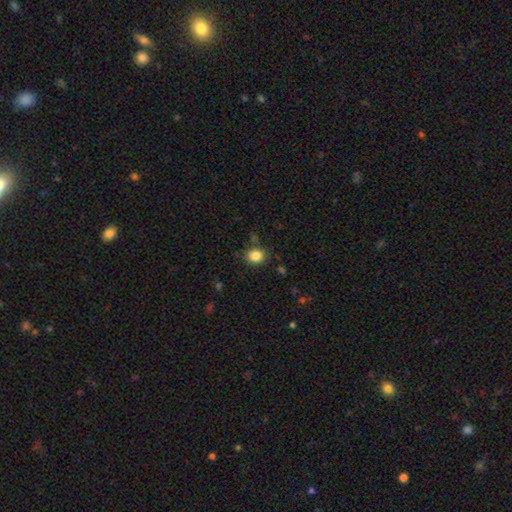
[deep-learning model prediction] Smooth or featured: smooth — 84% (star or artifact — 10%)
How rounded: round — 60% (in between — 40%)
Merging: none — 82% (minor disturbance — 11%)